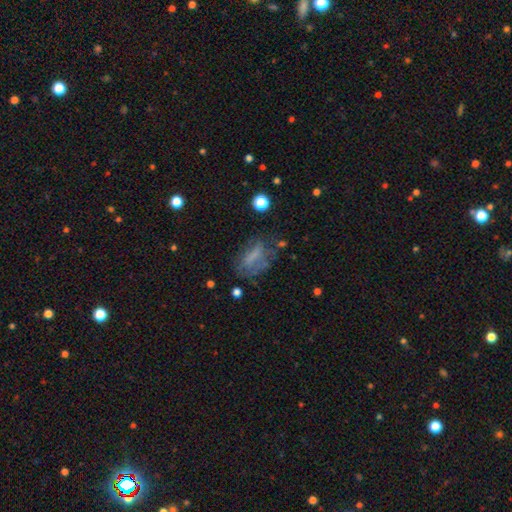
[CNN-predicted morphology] This is possibly a smooth galaxy (51%). How rounded: likely in between (73%). Merging: possibly none (46%).